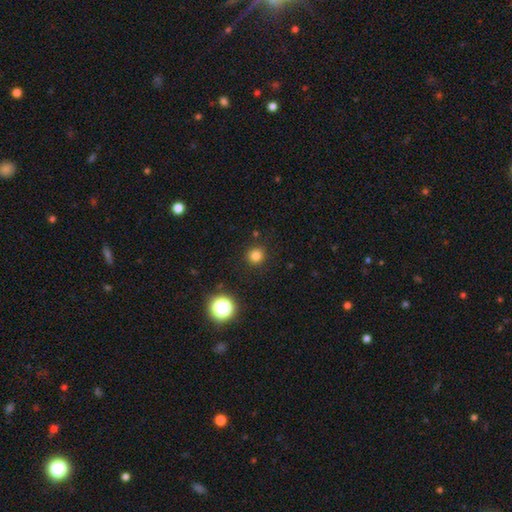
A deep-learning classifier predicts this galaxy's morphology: Smooth or featured?
  - smooth: 80% *
  - star or artifact: 16%
  - featured or disk: 4%
How rounded?
  - round: 93% *
  - in between: 6%
  - cigar-shaped: 1%
Merging?
  - none: 90% *
  - minor disturbance: 6%
  - major disturbance: 2%
  - merger: 2%